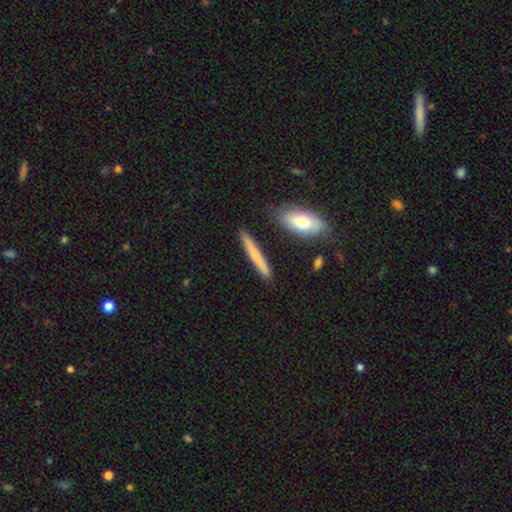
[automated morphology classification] smooth-or-featured: smooth: 64% | featured or disk: 31% | star or artifact: 5%
  how-rounded: cigar-shaped: 93% | in between: 5% | round: 2%
  merging: none: 88% | minor disturbance: 8% | merger: 3% | major disturbance: 2%